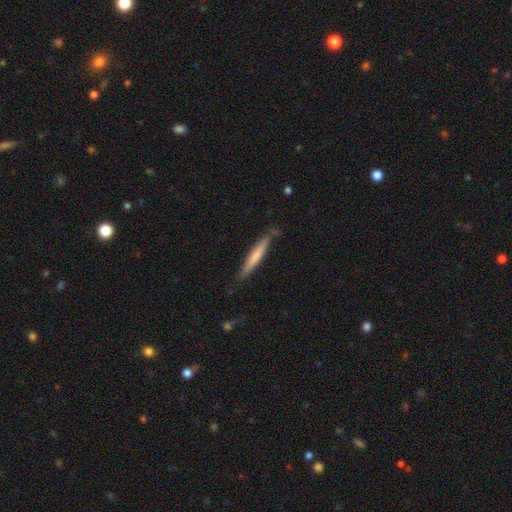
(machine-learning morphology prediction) Q: Smooth or featured?
A: smooth (58%); runner-up: featured or disk (36%)
Q: How rounded?
A: cigar-shaped (94%); runner-up: in between (5%)
Q: Merging?
A: none (77%); runner-up: minor disturbance (17%)